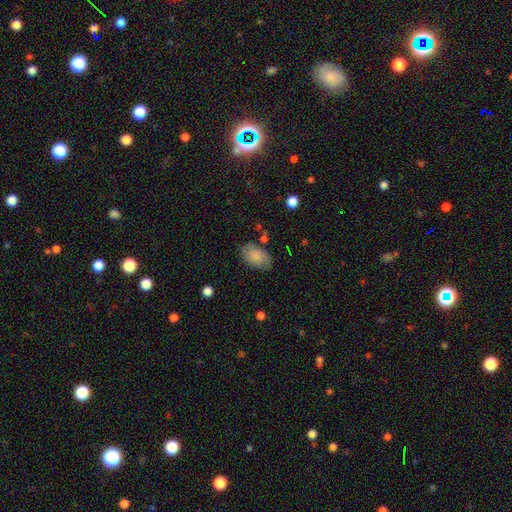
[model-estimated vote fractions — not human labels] This appears to be a smooth galaxy with no disk features (81%) that is in between round and cigar-shaped (92%). Merging: none (76%).